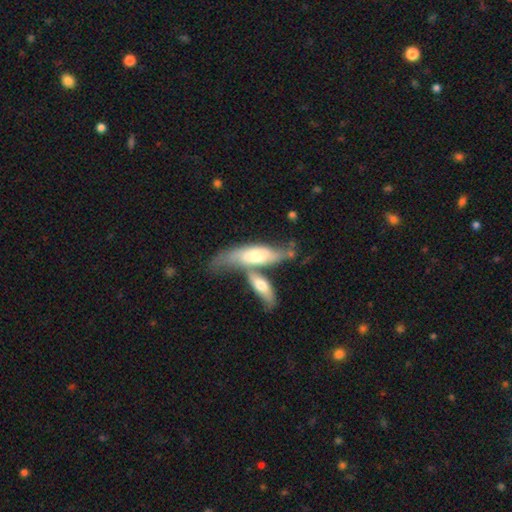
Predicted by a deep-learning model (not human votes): Morphology: type=featured or disk (47%, tied with smooth); merging=merger (56%).